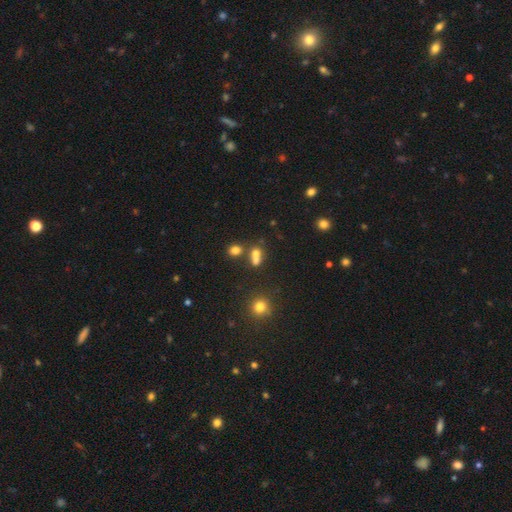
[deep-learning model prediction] Overall: smooth (70%). How rounded: in between (54%; round 42%). Merging: merger (48%; none 37%).